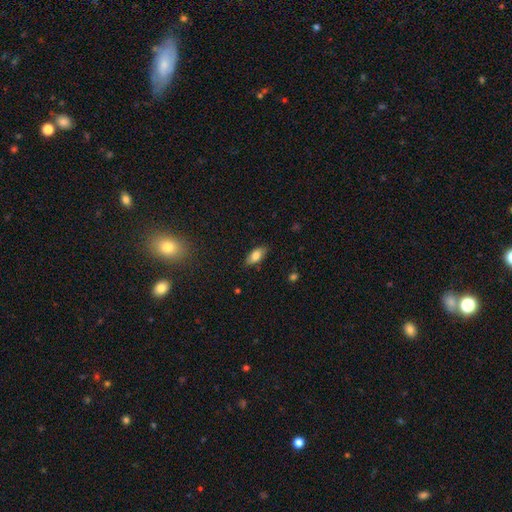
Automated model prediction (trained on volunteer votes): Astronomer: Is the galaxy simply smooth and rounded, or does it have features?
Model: smooth — 79%.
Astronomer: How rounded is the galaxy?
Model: in between — 86%.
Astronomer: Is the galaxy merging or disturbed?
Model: none — 83%.